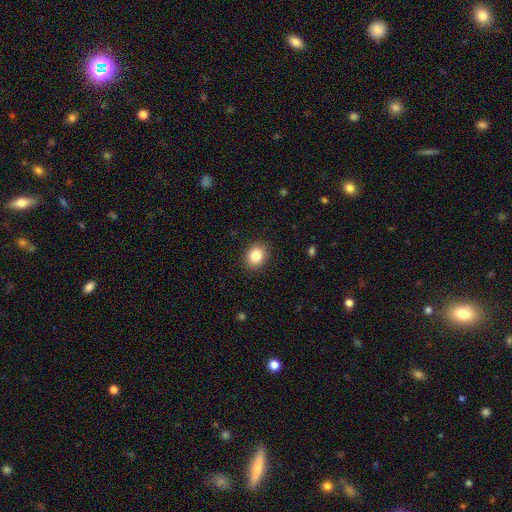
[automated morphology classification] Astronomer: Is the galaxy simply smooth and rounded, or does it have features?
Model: smooth — 84%.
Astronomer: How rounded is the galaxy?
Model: round — 57% (runner-up: in between, 42%).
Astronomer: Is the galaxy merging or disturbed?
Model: none — 90%.